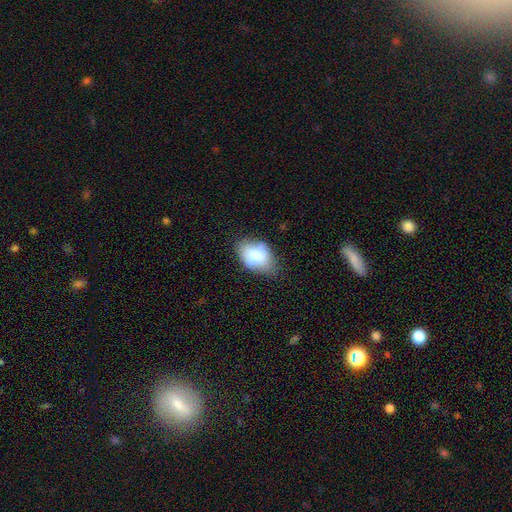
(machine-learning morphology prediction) Smooth or featured: smooth — 77% (featured or disk — 15%)
How rounded: in between — 85% (round — 13%)
Merging: none — 58% (minor disturbance — 32%)